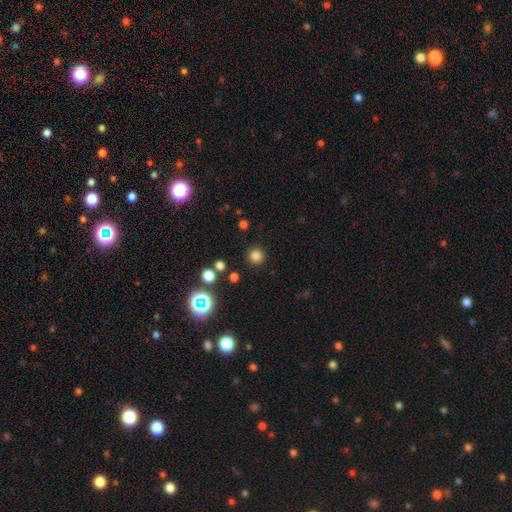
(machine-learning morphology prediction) This is likely a smooth galaxy (79%). How rounded: clearly round (95%). Merging: clearly none (90%).